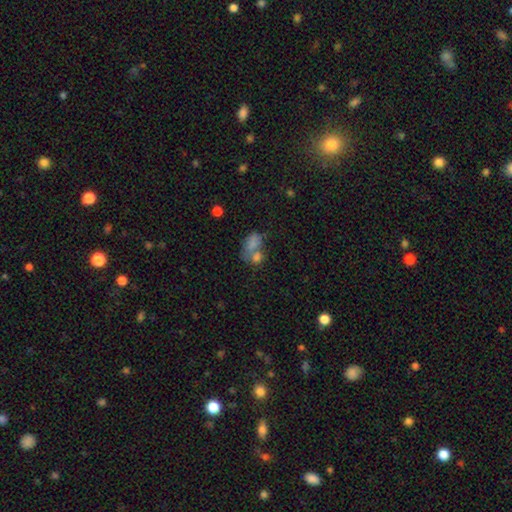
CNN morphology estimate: smooth 61%, star or artifact 20%, featured or disk 19%. Down the decision tree: how rounded — in between (72%); merging — merger (47%).